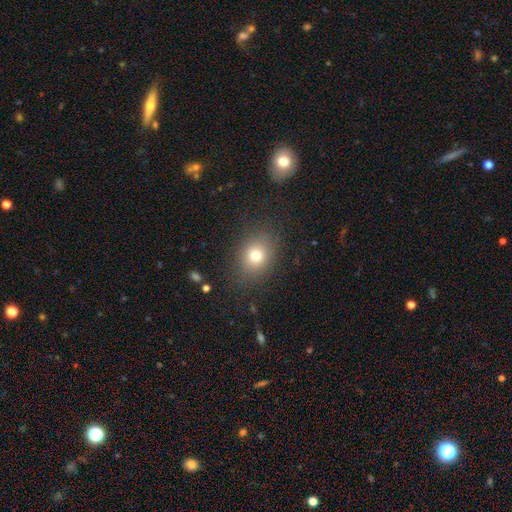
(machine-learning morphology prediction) A smooth galaxy with no disk features (75%) that is round (53%).

Vote fractions:
- Smooth or featured? smooth: 75% / star or artifact: 14% / featured or disk: 10%
- How rounded? round: 53% / in between: 46% / cigar-shaped: 1%
- Merging? none: 83% / minor disturbance: 11% / major disturbance: 5% / merger: 1%